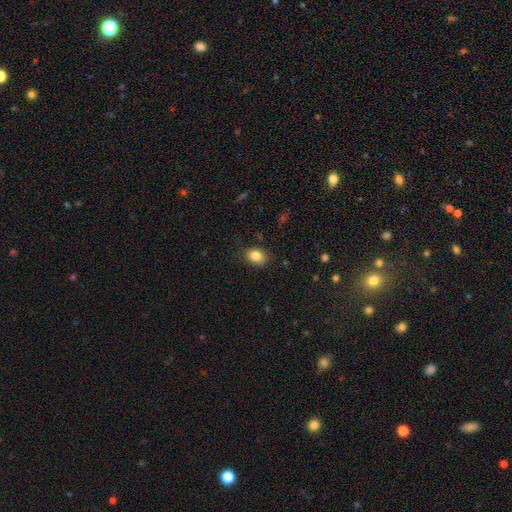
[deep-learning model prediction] This appears to be a smooth galaxy with no disk features (84%) that is in between round and cigar-shaped (68%). Merging: none (81%).